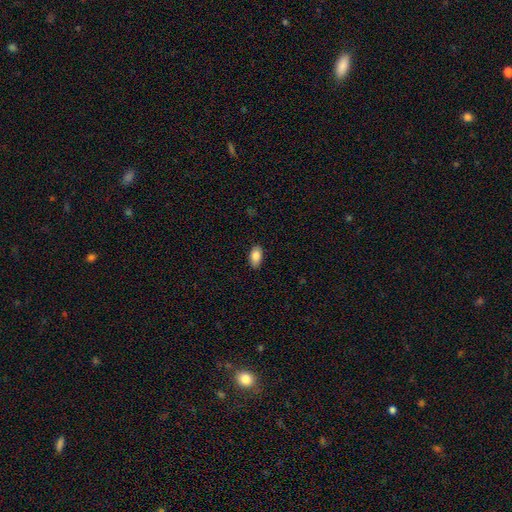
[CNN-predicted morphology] Smooth or featured? smooth (85%)
How rounded? in between (92%)
Merging? none (86%)